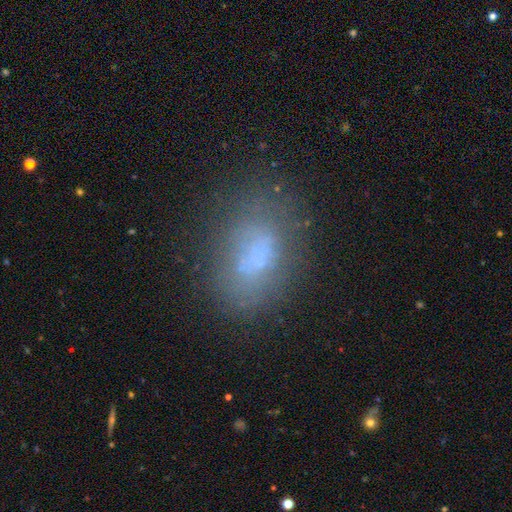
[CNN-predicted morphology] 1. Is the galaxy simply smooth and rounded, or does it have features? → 59% smooth, 26% featured or disk, 15% star or artifact.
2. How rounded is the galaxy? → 84% in between, 13% round, 3% cigar-shaped.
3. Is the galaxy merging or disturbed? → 60% none, 22% minor disturbance, 13% major disturbance, 5% merger.